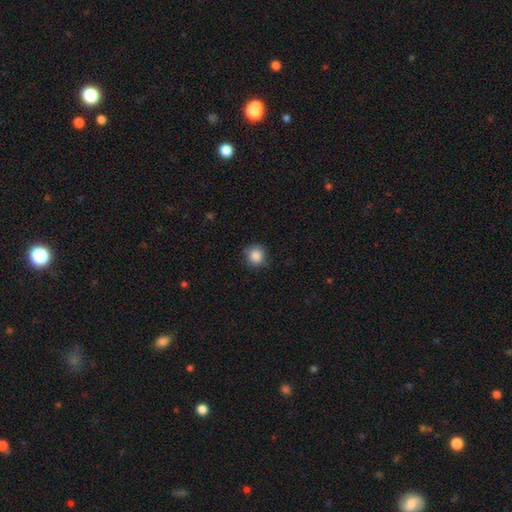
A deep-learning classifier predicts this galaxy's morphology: smooth 86%, star or artifact 9%, featured or disk 5%. Down the decision tree: how rounded — round (91%); merging — none (78%).